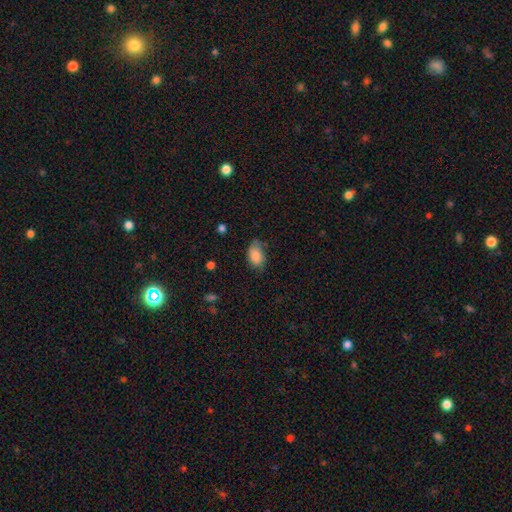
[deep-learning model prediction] A smooth galaxy with no disk features (85%) that is in between round and cigar-shaped (91%).

Vote fractions:
- Smooth or featured? smooth: 85% / featured or disk: 8% / star or artifact: 7%
- How rounded? in between: 91% / round: 7% / cigar-shaped: 2%
- Merging? none: 62% / minor disturbance: 30% / major disturbance: 7% / merger: 2%